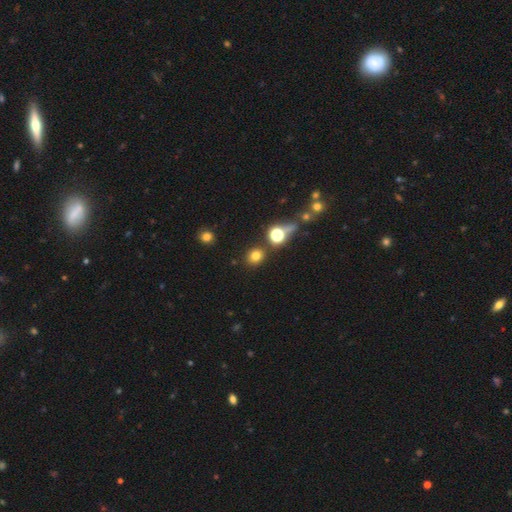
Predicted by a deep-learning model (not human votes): Morphology: type=smooth (75%); roundness=round (78%); merging=none (82%).